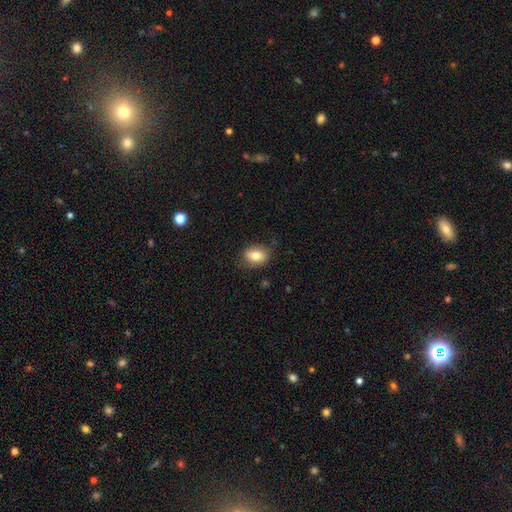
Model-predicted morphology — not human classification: Smooth or featured? Predicted: smooth (p=0.77). How rounded? Predicted: in between (p=0.74). Merging? Predicted: none (p=0.77).